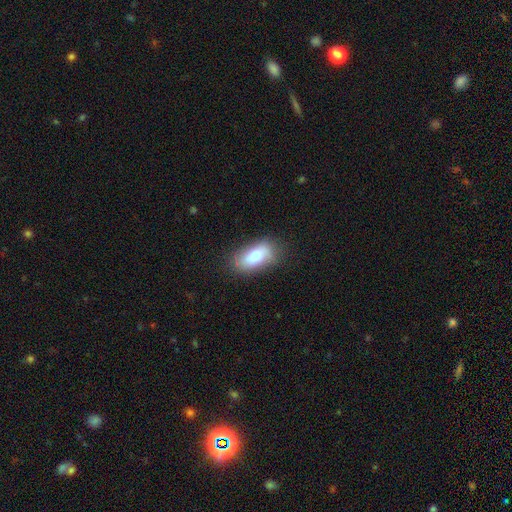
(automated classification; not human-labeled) smooth 74%, featured or disk 18%, star or artifact 8%. Down the decision tree: how rounded — in between (88%); merging — none (79%).